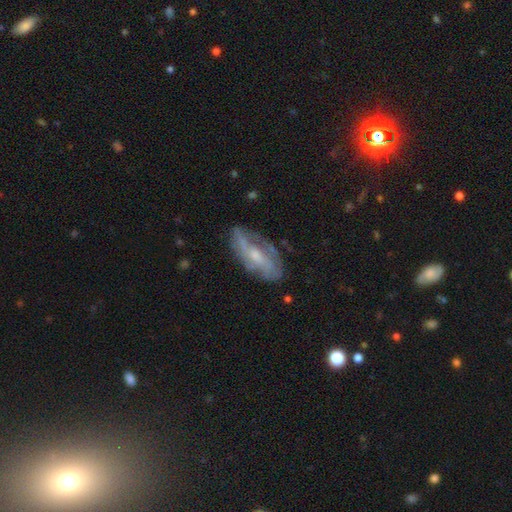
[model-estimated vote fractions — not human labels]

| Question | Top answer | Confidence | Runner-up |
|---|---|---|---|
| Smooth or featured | featured or disk | 68% | smooth (25%) |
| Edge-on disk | no | 86% | yes (14%) |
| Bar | no | 51% | weak (36%) |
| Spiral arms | yes | 75% | no (25%) |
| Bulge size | small | 46% | moderate (43%) |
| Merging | none | 65% | minor disturbance (22%) |